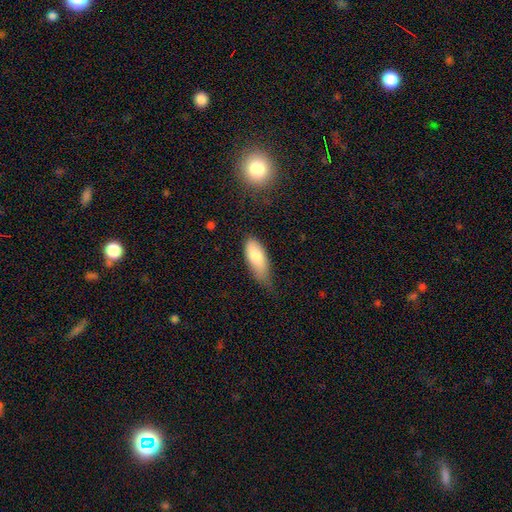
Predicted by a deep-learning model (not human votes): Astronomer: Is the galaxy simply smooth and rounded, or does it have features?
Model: smooth — 80%.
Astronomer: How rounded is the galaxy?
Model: in between — 82%.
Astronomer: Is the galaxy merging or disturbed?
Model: none — 43%, tied with minor disturbance at 43%.